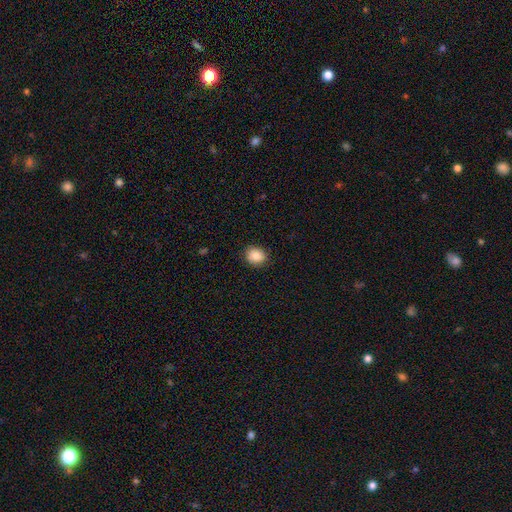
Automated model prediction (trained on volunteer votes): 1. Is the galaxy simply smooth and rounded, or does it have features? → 85% smooth, 9% star or artifact, 6% featured or disk.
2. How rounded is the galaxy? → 69% round, 30% in between, 1% cigar-shaped.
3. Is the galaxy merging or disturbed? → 87% none, 10% minor disturbance, 2% major disturbance, 1% merger.